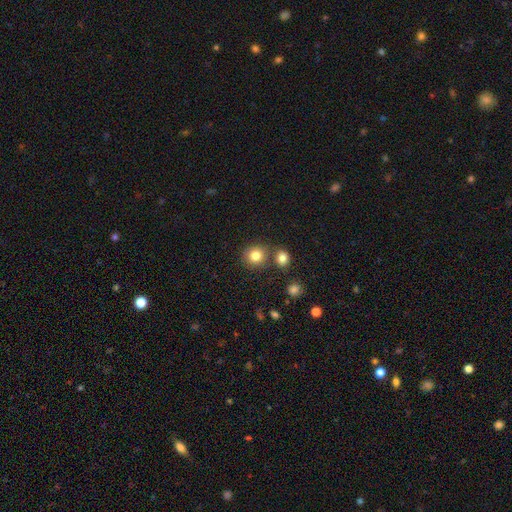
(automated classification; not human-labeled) The model was most divided on "merging": none: 72%, merger: 16%, minor disturbance: 9%, major disturbance: 3%. More confident: smooth or featured — smooth (83%); how rounded — round (82%).